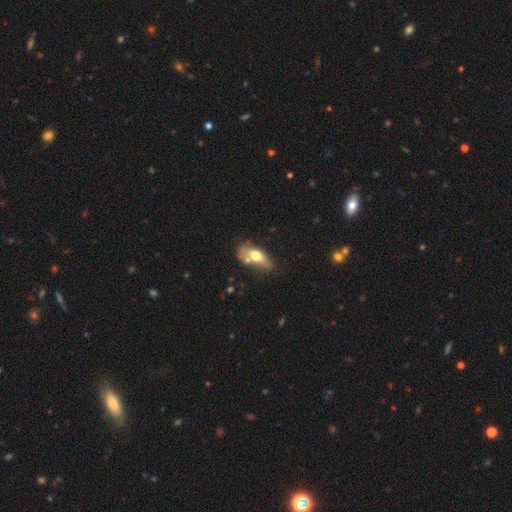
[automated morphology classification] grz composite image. It shows a smooth galaxy with no disk features (61%) that is in between round and cigar-shaped (83%). Merging: none (34%).